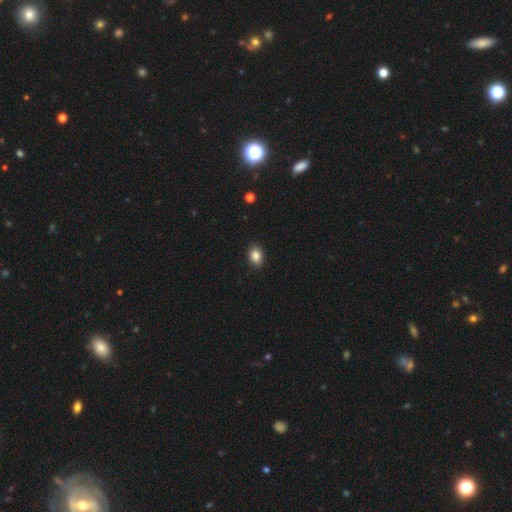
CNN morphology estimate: Smooth or featured: smooth — 86% (star or artifact — 9%)
How rounded: in between — 74% (round — 25%)
Merging: none — 89% (minor disturbance — 9%)